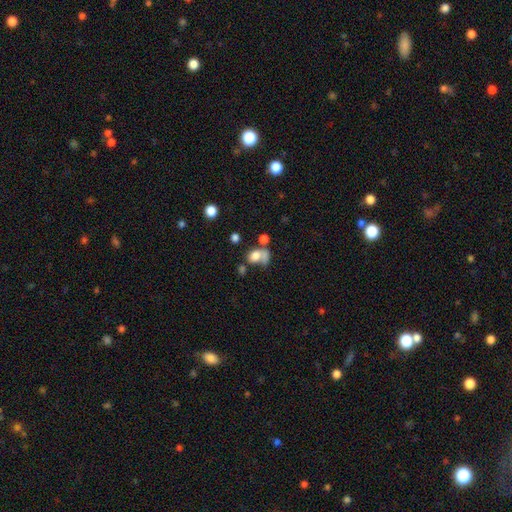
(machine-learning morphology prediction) type=smooth (68%); roundness=in between (63%); merging=merger (38%).